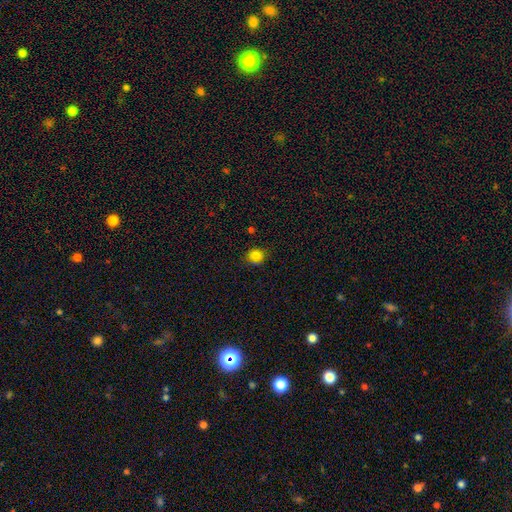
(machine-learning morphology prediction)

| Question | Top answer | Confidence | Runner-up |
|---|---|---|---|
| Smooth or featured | smooth | 84% | star or artifact (12%) |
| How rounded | round | 82% | in between (17%) |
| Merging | none | 84% | minor disturbance (12%) |